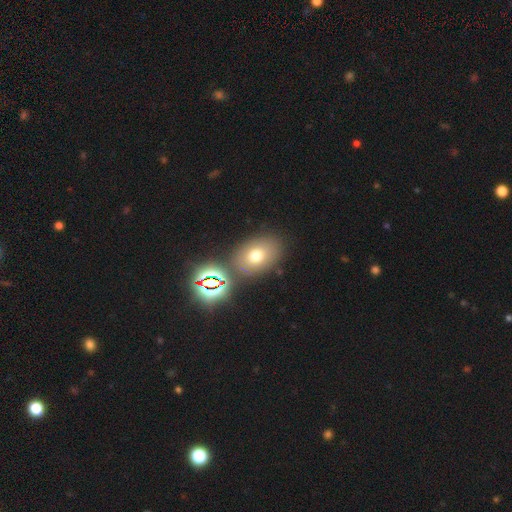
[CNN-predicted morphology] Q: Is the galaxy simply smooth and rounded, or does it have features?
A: smooth — 67%.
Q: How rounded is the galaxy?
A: in between — 69%.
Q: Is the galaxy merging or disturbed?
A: none — 76%.